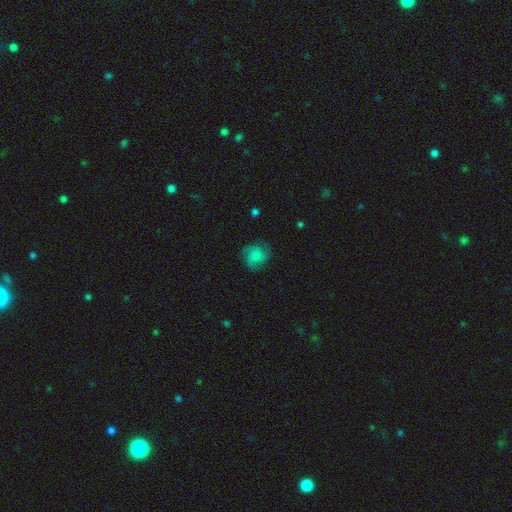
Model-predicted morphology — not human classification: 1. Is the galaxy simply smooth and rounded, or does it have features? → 57% smooth, 32% featured or disk, 11% star or artifact.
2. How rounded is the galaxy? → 79% round, 20% in between, 1% cigar-shaped.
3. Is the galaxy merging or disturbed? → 68% none, 20% minor disturbance, 10% major disturbance, 1% merger.